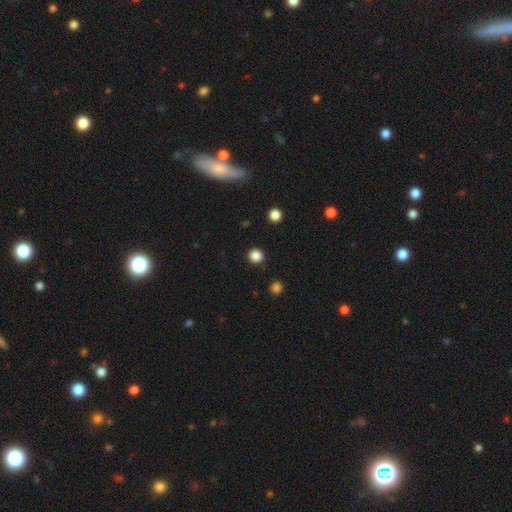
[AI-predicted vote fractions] Overall: smooth (86%). How rounded: round (92%). Merging: none (92%).